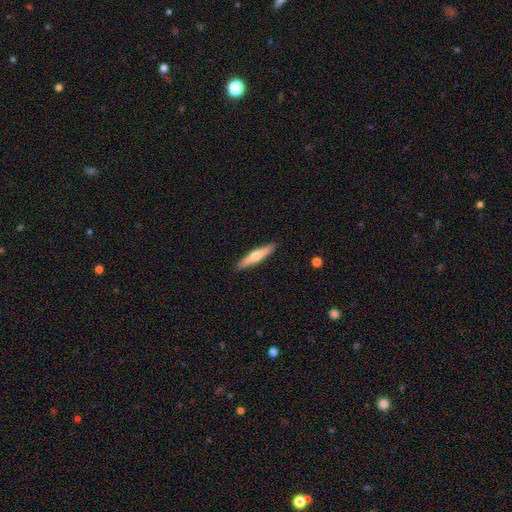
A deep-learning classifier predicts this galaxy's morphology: Smooth or featured?
  - smooth: 51% *
  - featured or disk: 44%
  - star or artifact: 5%
How rounded?
  - cigar-shaped: 88% *
  - in between: 10%
  - round: 2%
Merging?
  - none: 91% *
  - minor disturbance: 7%
  - major disturbance: 1%
  - merger: 1%